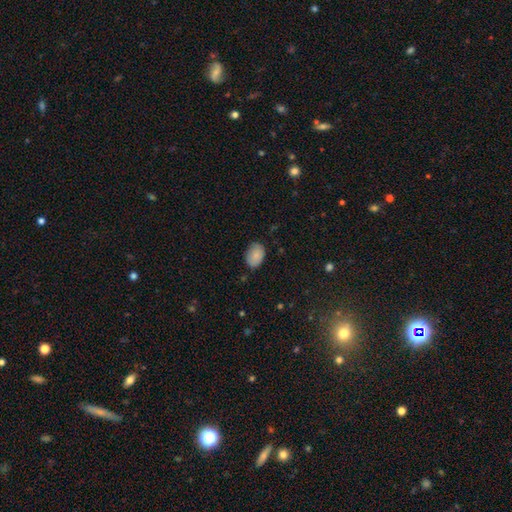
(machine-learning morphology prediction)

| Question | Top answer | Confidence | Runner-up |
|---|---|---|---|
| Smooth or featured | smooth | 85% | featured or disk (8%) |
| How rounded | in between | 79% | round (20%) |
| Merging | none | 75% | minor disturbance (20%) |